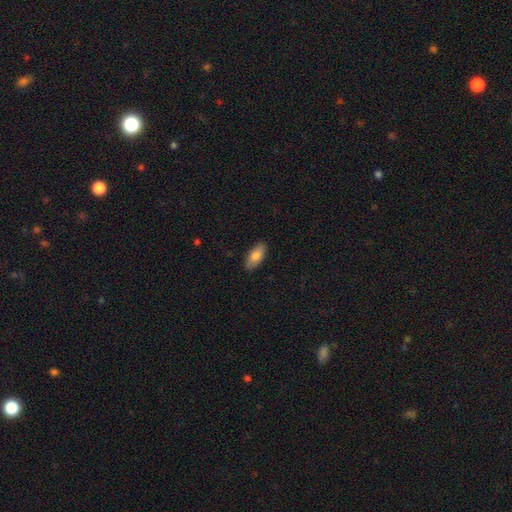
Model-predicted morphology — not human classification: Smooth or featured? Predicted: smooth (p=0.81). How rounded? Predicted: in between (p=0.87). Merging? Predicted: none (p=0.88).